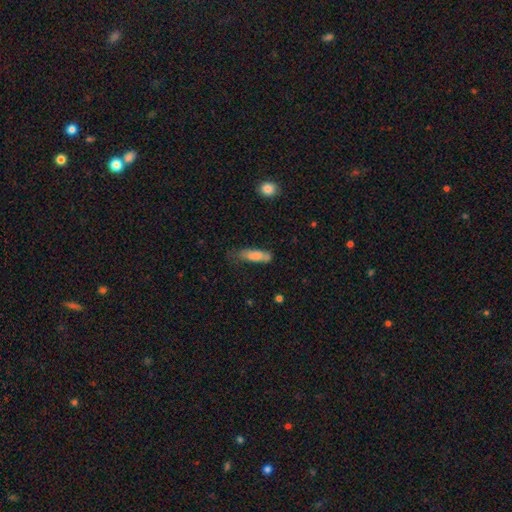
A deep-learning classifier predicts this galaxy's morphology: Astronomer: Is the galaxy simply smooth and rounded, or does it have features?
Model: smooth — 79%.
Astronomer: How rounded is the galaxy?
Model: cigar-shaped — 54% (runner-up: in between, 44%).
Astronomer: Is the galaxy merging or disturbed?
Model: none — 42% (runner-up: minor disturbance, 33%).